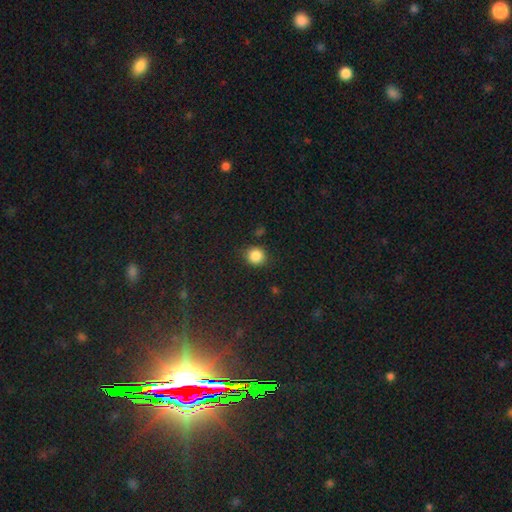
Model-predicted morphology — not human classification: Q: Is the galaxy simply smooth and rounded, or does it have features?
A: smooth — 86%.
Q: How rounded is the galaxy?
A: round — 88%.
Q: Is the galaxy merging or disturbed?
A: none — 85%.